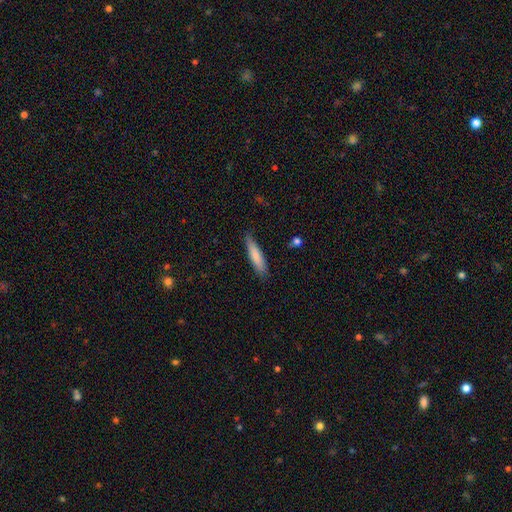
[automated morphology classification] A smooth galaxy with no disk features (79%) that is cigar-shaped (79%). Merging: none (82%).